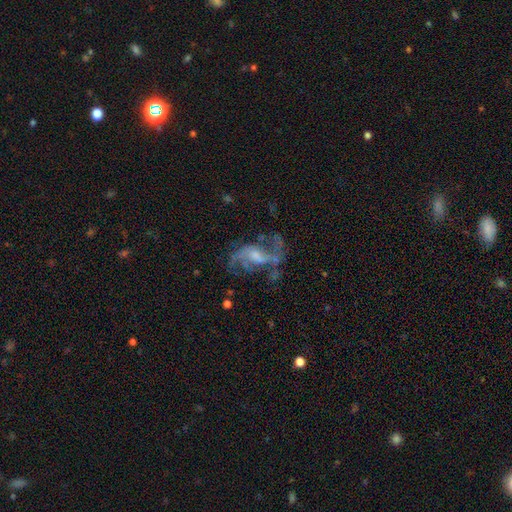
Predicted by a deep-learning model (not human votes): A featured or disk galaxy (81%) with a weak bar (46%), 2 (66%) loose (61%) spiral arms (89%) and a small central bulge (39%).

Vote fractions:
- Smooth or featured? featured or disk: 81% / star or artifact: 10% / smooth: 8%
- Edge-on disk? no: 96% / yes: 4%
- Bar? weak: 46% / no: 41% / strong: 14%
- Spiral arms? yes: 89% / no: 11%
- Spiral winding? loose: 61% / medium: 31% / tight: 8%
- Spiral arm count? 2: 66% / can't tell: 12% / 3: 10% / 1: 5% / 4: 4% / more than 4: 3%
- Bulge size? small: 39% / moderate: 38% / none: 16% / large: 6% / dominant: 1%
- Merging? none: 51% / major disturbance: 28% / minor disturbance: 16% / merger: 5%